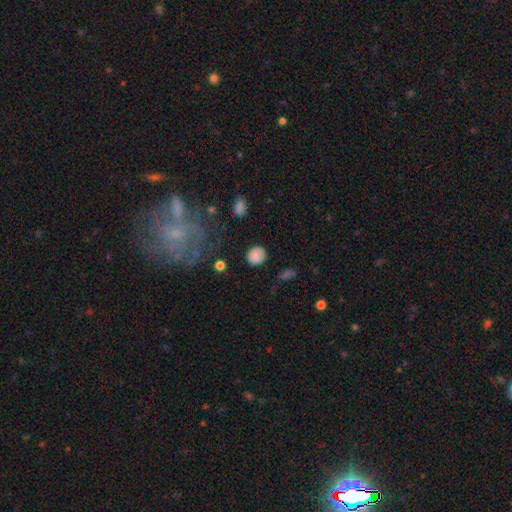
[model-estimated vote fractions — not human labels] Morphology: type=smooth (84%); roundness=round (85%); merging=none (83%).